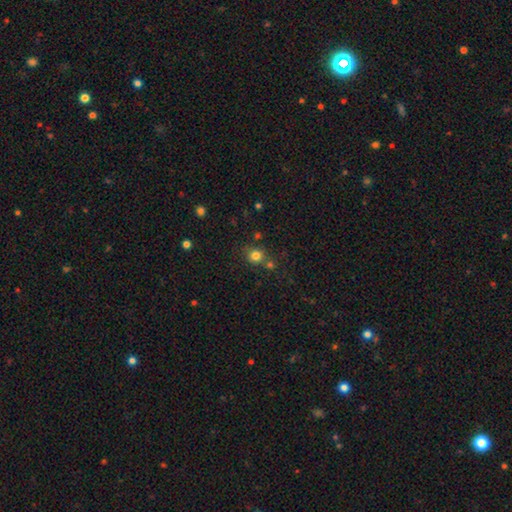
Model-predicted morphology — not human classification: This is likely a smooth galaxy (79%). How rounded: clearly round (85%). Merging: likely none (69%).